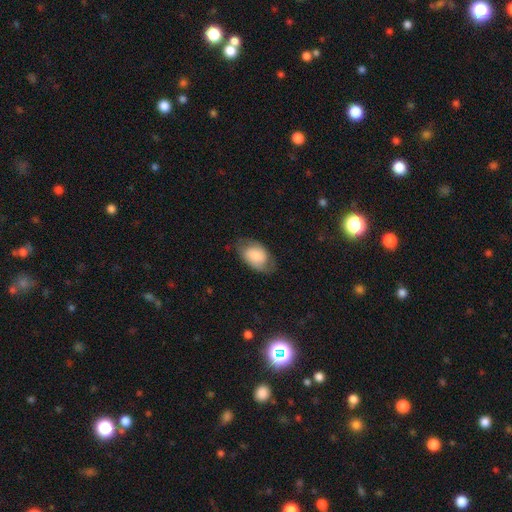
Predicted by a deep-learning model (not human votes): smooth_or_featured: smooth (p=0.61) [alt: featured or disk p=0.32]
how_rounded: in between (p=0.91) [alt: round p=0.08]
merging: none (p=0.67) [alt: minor disturbance p=0.23]